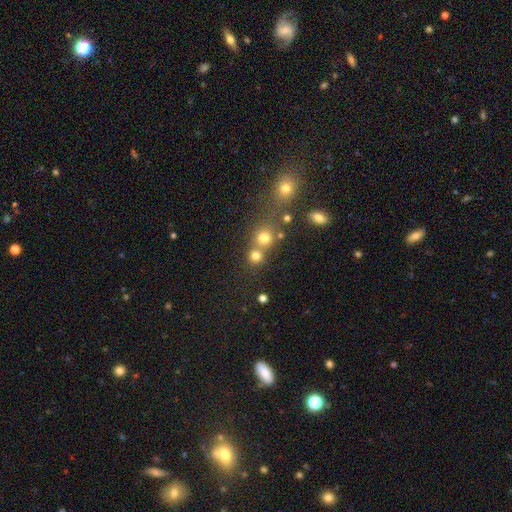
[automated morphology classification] Smooth or featured? Predicted: smooth (p=0.76). How rounded? Predicted: round (p=0.89). Merging? Predicted: none (p=0.55).